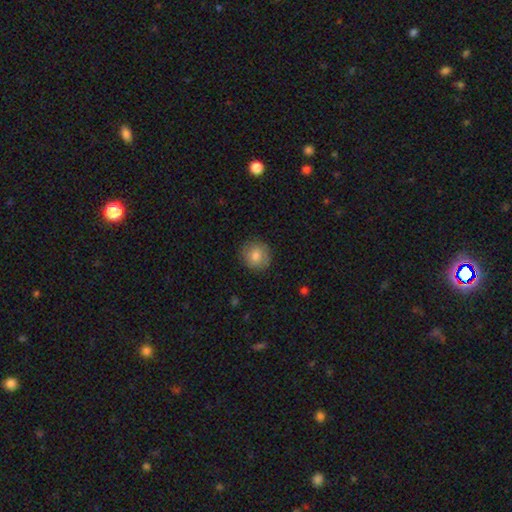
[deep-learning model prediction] A smooth galaxy with no disk features (82%) that is round (91%). Merging: none (87%).